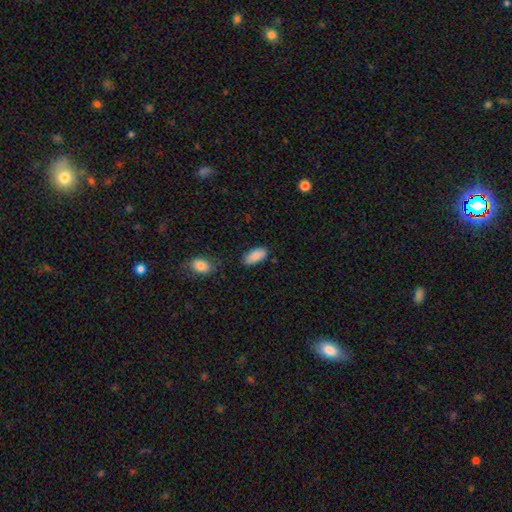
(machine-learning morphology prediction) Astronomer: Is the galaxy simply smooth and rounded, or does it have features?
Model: smooth — 88%.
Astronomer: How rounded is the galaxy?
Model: in between — 90%.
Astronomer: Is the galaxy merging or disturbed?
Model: none — 79%.